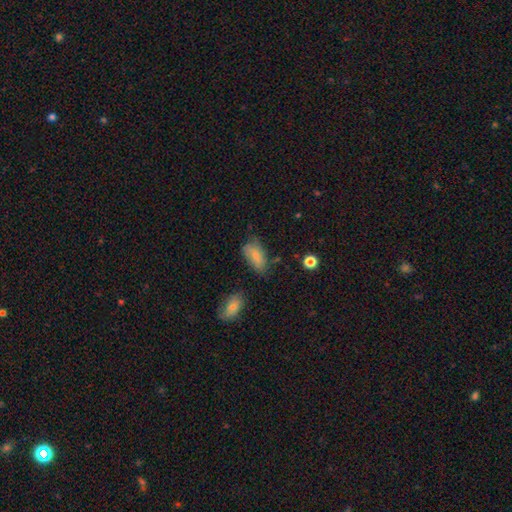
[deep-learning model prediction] Overall: smooth (78%). How rounded: in between (92%). Merging: none (54%; minor disturbance 30%).